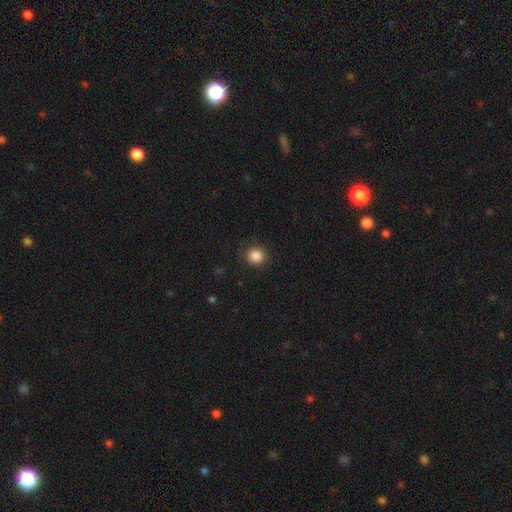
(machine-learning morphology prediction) Smooth or featured? Predicted: smooth (p=0.87). How rounded? Predicted: round (p=0.90). Merging? Predicted: none (p=0.88).